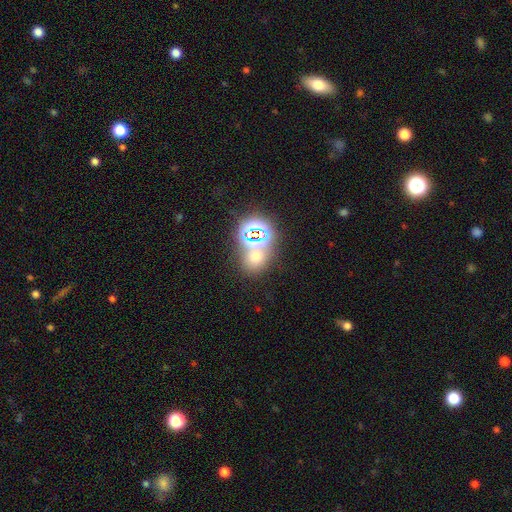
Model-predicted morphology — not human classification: A smooth galaxy with no disk features (48%). Merging: none (58%).